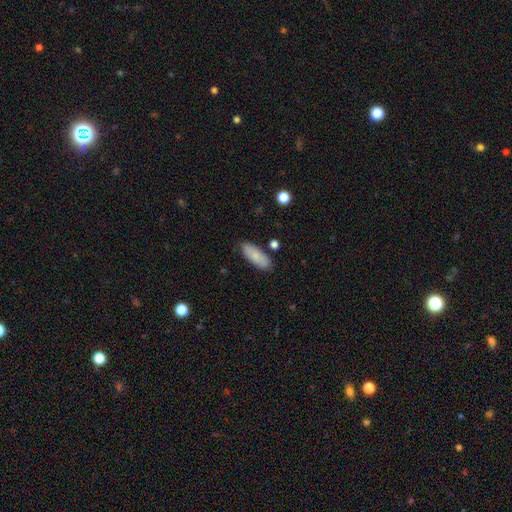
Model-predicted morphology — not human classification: smooth-or-featured: smooth: 81% | featured or disk: 12% | star or artifact: 6%
  how-rounded: in between: 76% | cigar-shaped: 22% | round: 2%
  merging: none: 83% | minor disturbance: 12% | merger: 3% | major disturbance: 2%